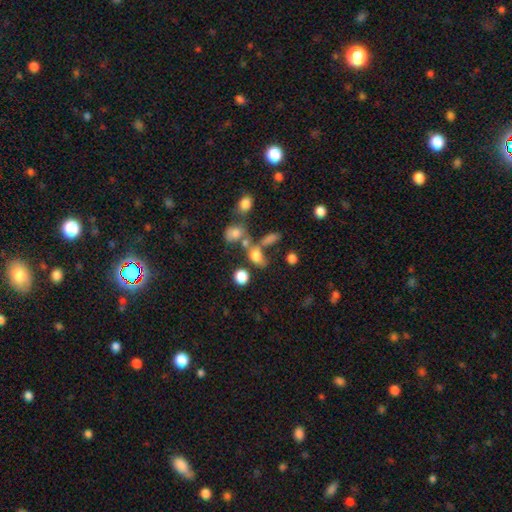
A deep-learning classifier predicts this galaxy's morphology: smooth 72%, star or artifact 15%, featured or disk 13%. Down the decision tree: how rounded — in between (62%); merging — none (38%).